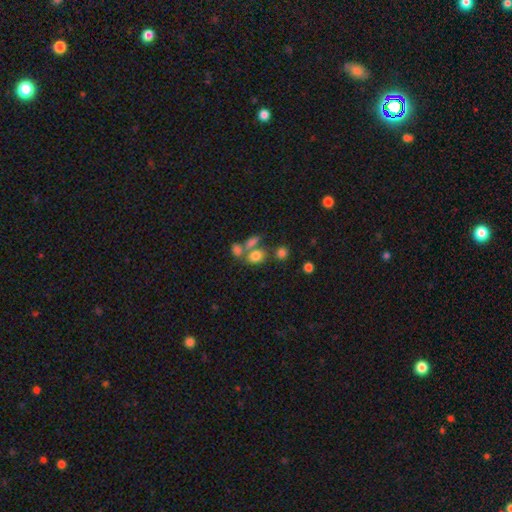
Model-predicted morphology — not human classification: This is likely a smooth galaxy (74%). How rounded: likely in between (61%). Merging: marginally none (45%).